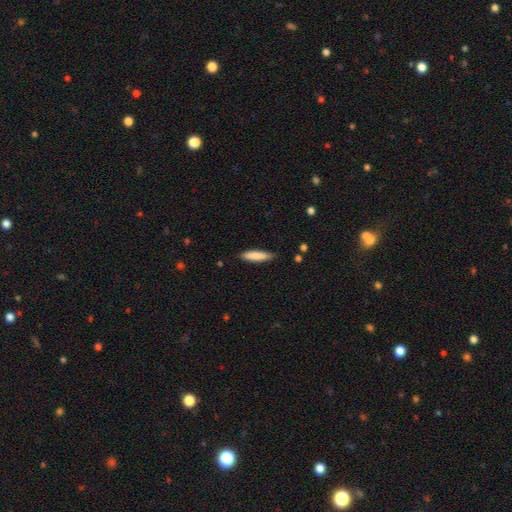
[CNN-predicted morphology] Smooth or featured?
  - smooth: 85% *
  - featured or disk: 10%
  - star or artifact: 6%
How rounded?
  - cigar-shaped: 73% *
  - in between: 26%
  - round: 1%
Merging?
  - none: 83% *
  - minor disturbance: 14%
  - major disturbance: 2%
  - merger: 1%